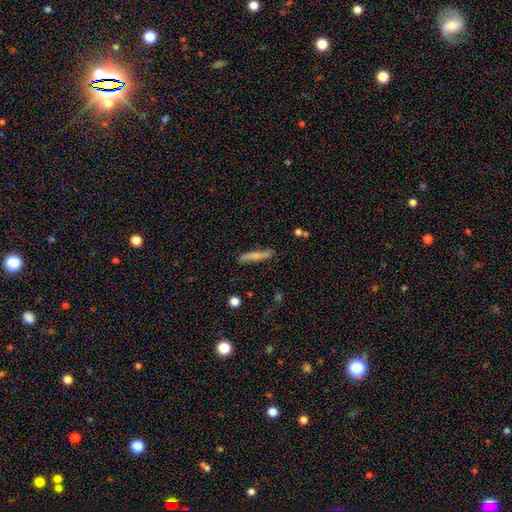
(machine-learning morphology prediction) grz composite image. It shows a smooth galaxy with no disk features (61%) that is cigar-shaped (90%). Merging: none (80%).